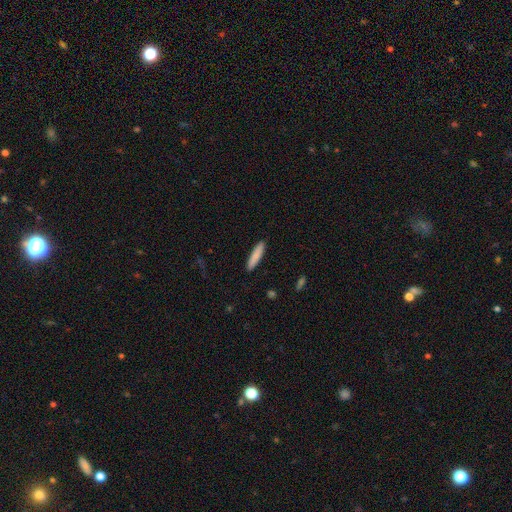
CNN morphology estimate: This appears to be a smooth galaxy with no disk features (85%) that is cigar-shaped (86%). Merging: none (91%).